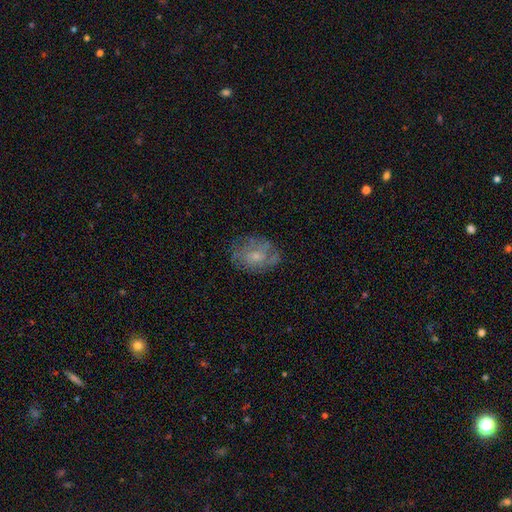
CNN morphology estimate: The model was most divided on "smooth or featured": featured or disk: 50%, smooth: 41%, star or artifact: 9%. More confident: merging — none (66%).